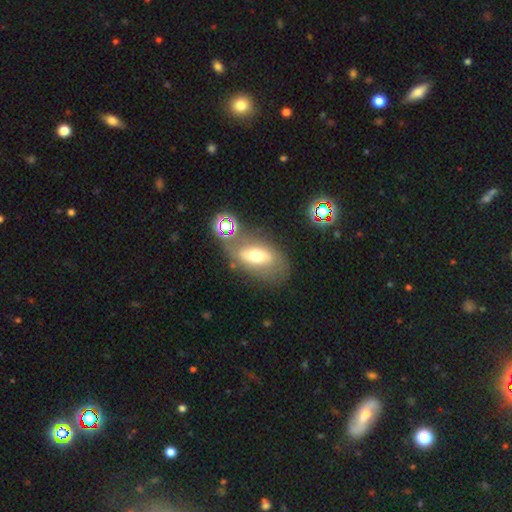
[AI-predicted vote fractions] Smooth or featured: smooth — 46% (featured or disk — 42%)
Merging: none — 60% (minor disturbance — 18%)